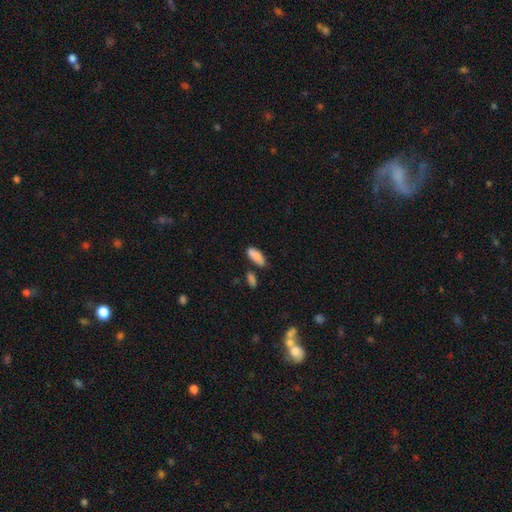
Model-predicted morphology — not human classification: smooth_or_featured: smooth (p=0.83) [alt: featured or disk p=0.10]
how_rounded: in between (p=0.80) [alt: cigar-shaped p=0.18]
merging: none (p=0.61) [alt: minor disturbance p=0.21]